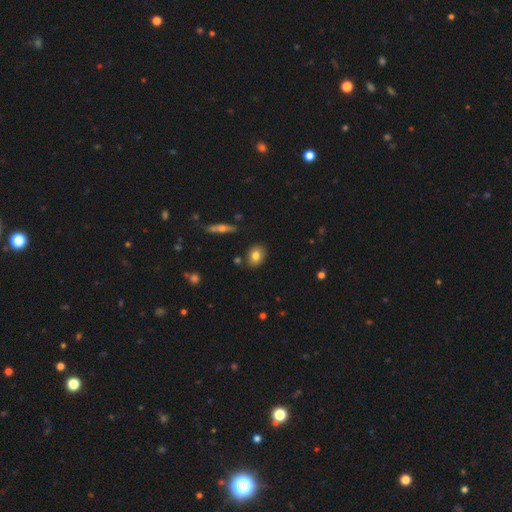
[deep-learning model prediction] smooth_or_featured: smooth (p=0.79) [alt: featured or disk p=0.13]
how_rounded: in between (p=0.58) [alt: round p=0.40]
merging: none (p=0.85) [alt: minor disturbance p=0.10]